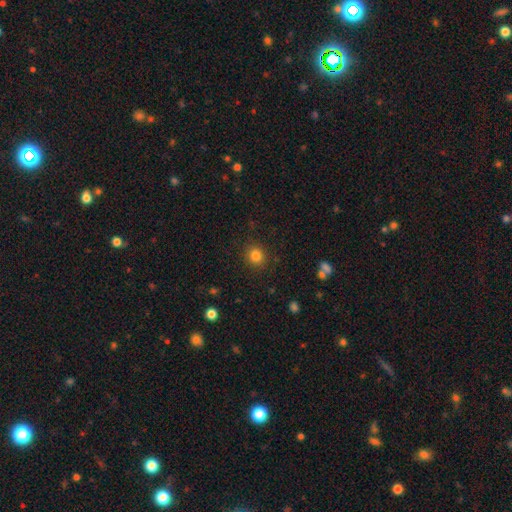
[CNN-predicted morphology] Smooth or featured? smooth (82%)
How rounded? round (82%)
Merging? none (89%)